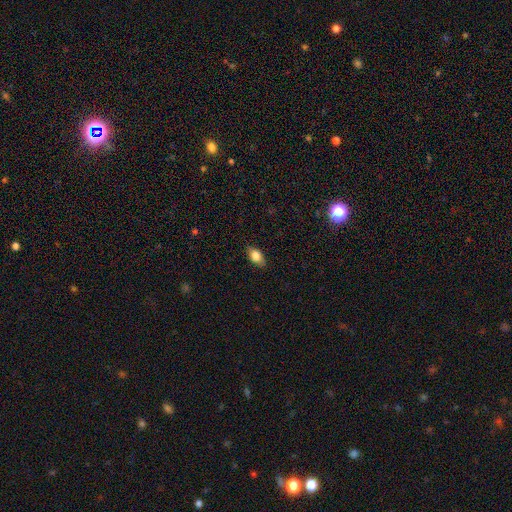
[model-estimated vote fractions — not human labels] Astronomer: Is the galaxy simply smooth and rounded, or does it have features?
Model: smooth — 78%.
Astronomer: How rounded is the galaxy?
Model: in between — 86%.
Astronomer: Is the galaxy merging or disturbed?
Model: none — 83%.